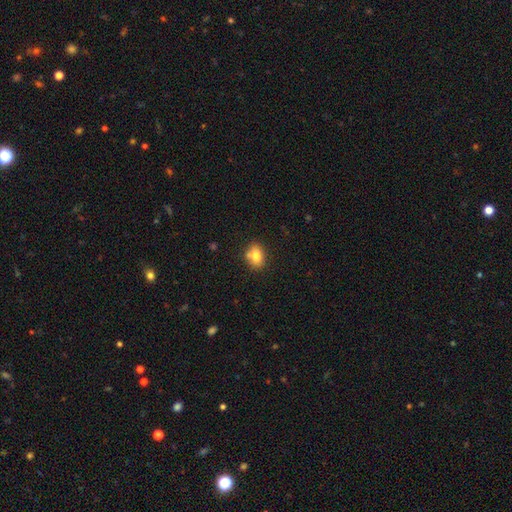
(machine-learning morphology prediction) Smooth or featured: smooth — 79% (featured or disk — 11%)
How rounded: in between — 63% (round — 36%)
Merging: none — 69% (minor disturbance — 15%)